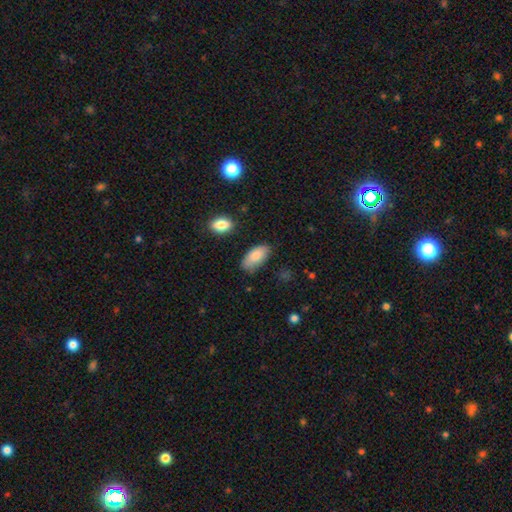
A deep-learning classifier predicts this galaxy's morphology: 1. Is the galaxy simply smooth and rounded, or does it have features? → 83% smooth, 11% featured or disk, 7% star or artifact.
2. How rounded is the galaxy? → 92% in between, 6% cigar-shaped, 2% round.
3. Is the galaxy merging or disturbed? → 72% none, 22% minor disturbance, 4% major disturbance, 3% merger.